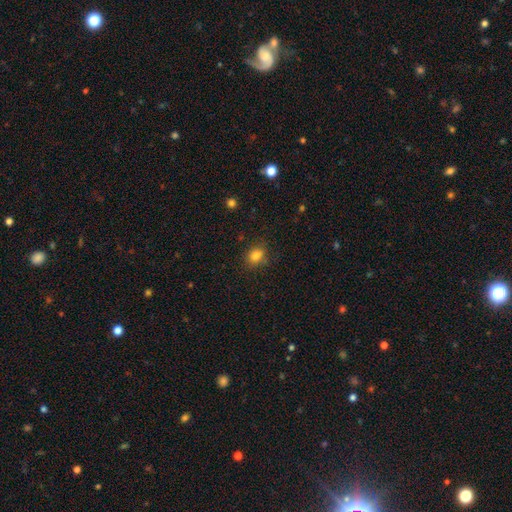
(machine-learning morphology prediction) Q: Smooth or featured?
A: smooth (82%); runner-up: star or artifact (12%)
Q: How rounded?
A: in between (56%); runner-up: round (43%)
Q: Merging?
A: none (77%); runner-up: minor disturbance (15%)